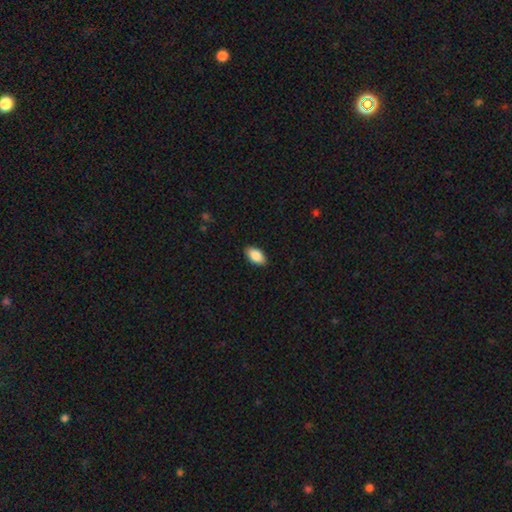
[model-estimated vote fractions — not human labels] Morphology: type=smooth (87%); roundness=in between (94%); merging=none (88%).